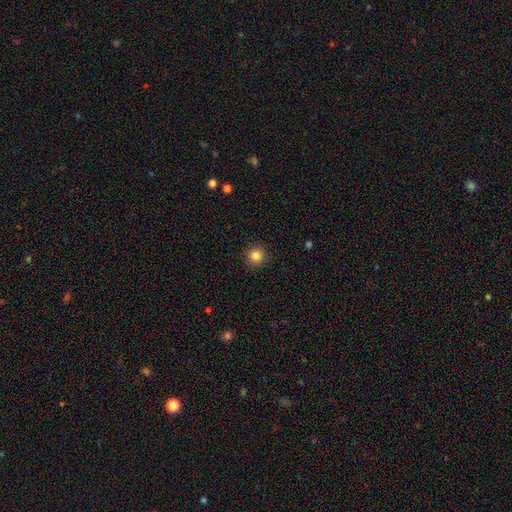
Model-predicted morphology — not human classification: Smooth or featured: smooth — 85% (star or artifact — 11%)
How rounded: round — 94% (in between — 5%)
Merging: none — 91% (minor disturbance — 6%)